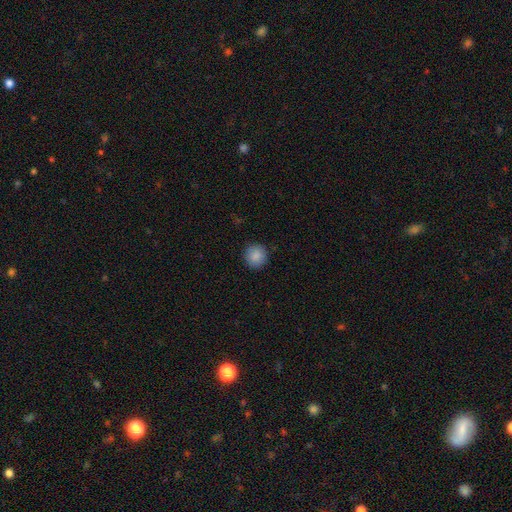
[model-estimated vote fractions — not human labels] smooth 88%, star or artifact 8%, featured or disk 4%. Down the decision tree: how rounded — round (92%); merging — none (90%).